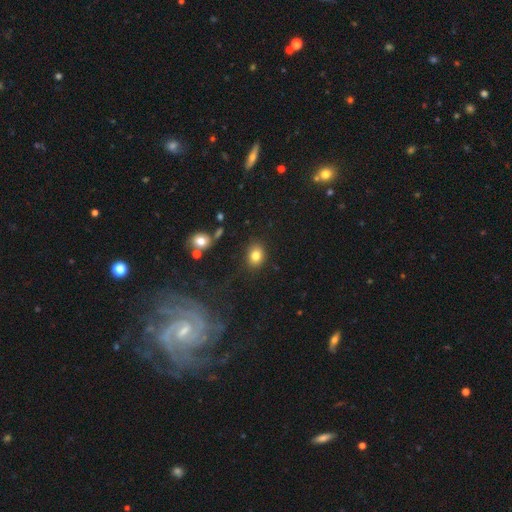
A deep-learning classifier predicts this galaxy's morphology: smooth_or_featured: smooth (p=0.81) [alt: star or artifact p=0.11]
how_rounded: in between (p=0.55) [alt: round p=0.44]
merging: none (p=0.85) [alt: minor disturbance p=0.10]